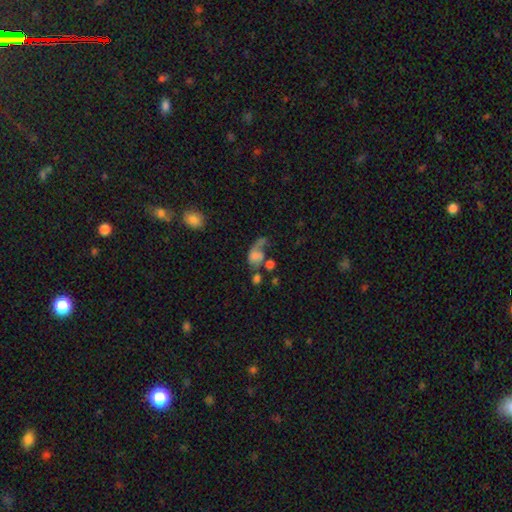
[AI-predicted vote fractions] Smooth or featured? Predicted: smooth (p=0.50). Merging? Predicted: major disturbance (p=0.43).